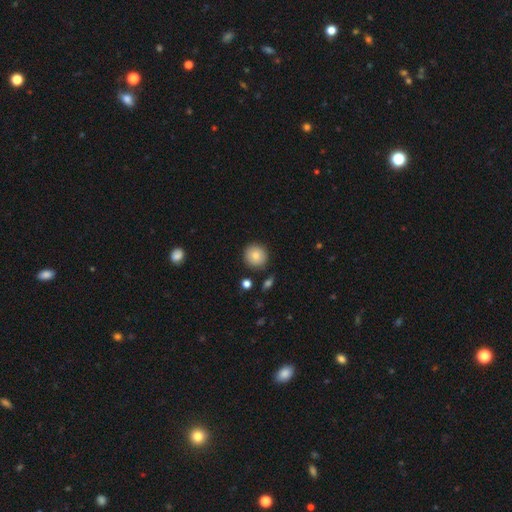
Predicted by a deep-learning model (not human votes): Smooth or featured? smooth (80%)
How rounded? round (93%)
Merging? none (87%)